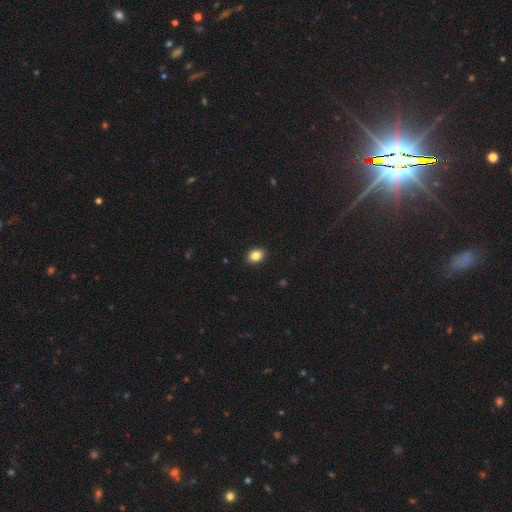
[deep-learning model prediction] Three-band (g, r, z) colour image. It shows a smooth galaxy with no disk features (86%) that is in between round and cigar-shaped (68%). Merging: none (91%).